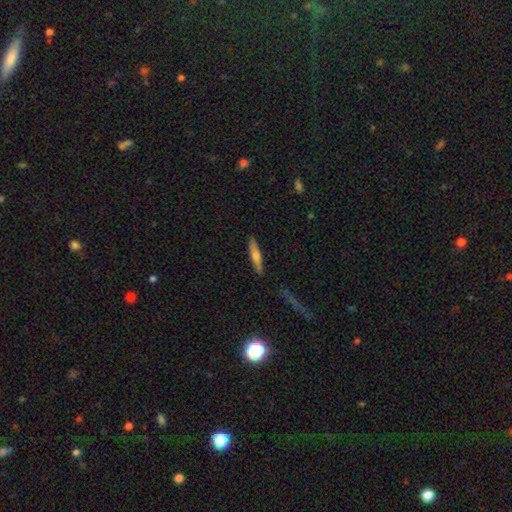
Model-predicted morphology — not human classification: type=smooth (54%); roundness=cigar-shaped (83%); merging=none (88%).